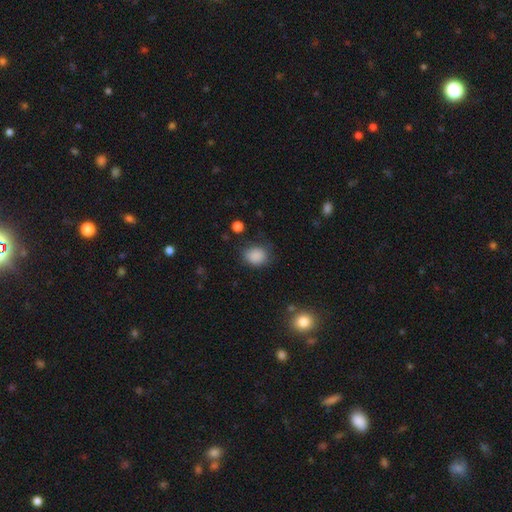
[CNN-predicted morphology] Smooth or featured?
  - smooth: 86% *
  - star or artifact: 10%
  - featured or disk: 4%
How rounded?
  - round: 61% *
  - in between: 38%
  - cigar-shaped: 1%
Merging?
  - none: 73% *
  - minor disturbance: 19%
  - major disturbance: 6%
  - merger: 2%